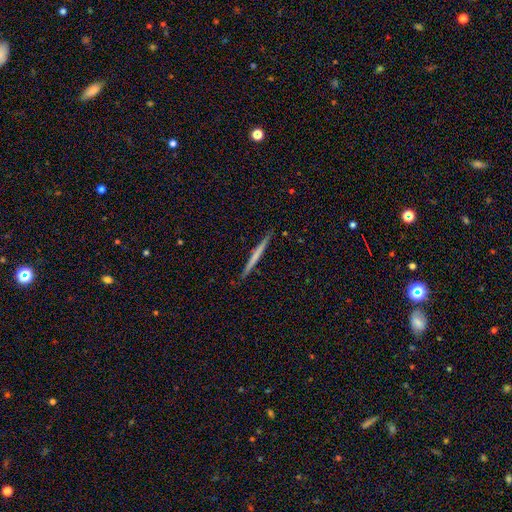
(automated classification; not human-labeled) Smooth or featured? smooth (48%)
Merging? none (91%)